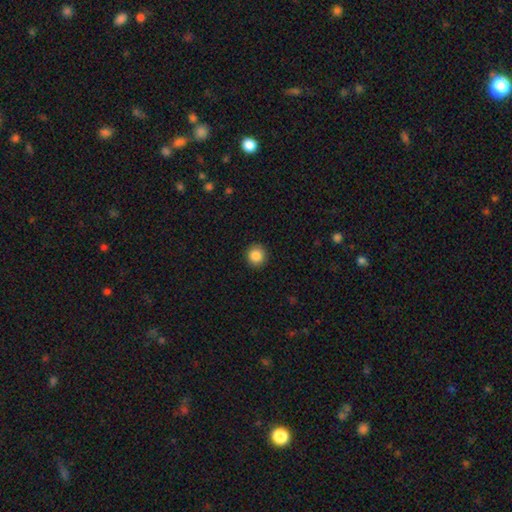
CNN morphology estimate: A smooth galaxy with no disk features (86%) that is round (93%).

Vote fractions:
- Smooth or featured? smooth: 86% / star or artifact: 10% / featured or disk: 4%
- How rounded? round: 93% / in between: 6% / cigar-shaped: 1%
- Merging? none: 92% / minor disturbance: 5% / major disturbance: 2% / merger: 1%